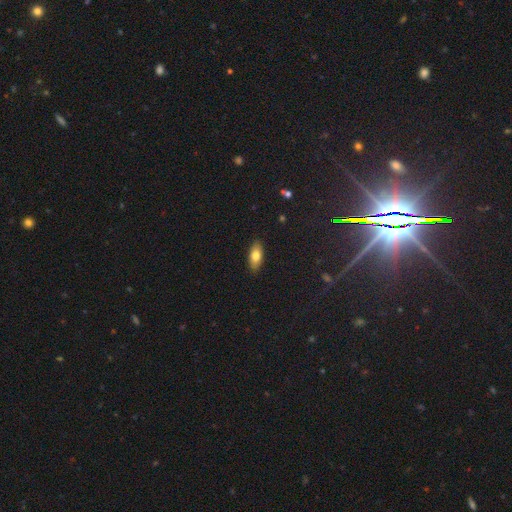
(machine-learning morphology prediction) smooth_or_featured: smooth (p=0.78) [alt: featured or disk p=0.15]
how_rounded: in between (p=0.85) [alt: cigar-shaped p=0.12]
merging: none (p=0.88) [alt: minor disturbance p=0.09]